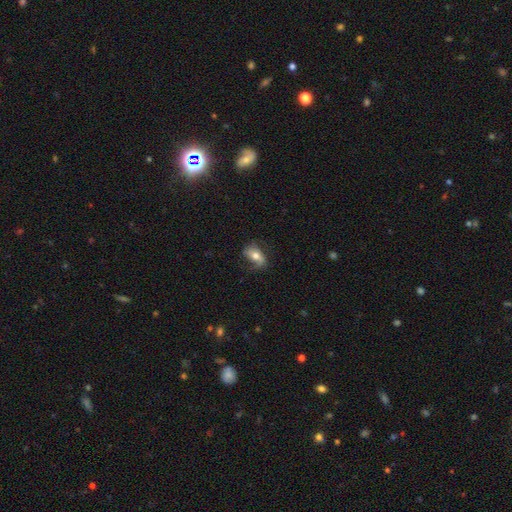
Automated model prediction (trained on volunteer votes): A featured or disk galaxy (48%).

Vote fractions:
- Smooth or featured? featured or disk: 48% / smooth: 44% / star or artifact: 8%
- Merging? none: 60% / minor disturbance: 24% / major disturbance: 14% / merger: 2%